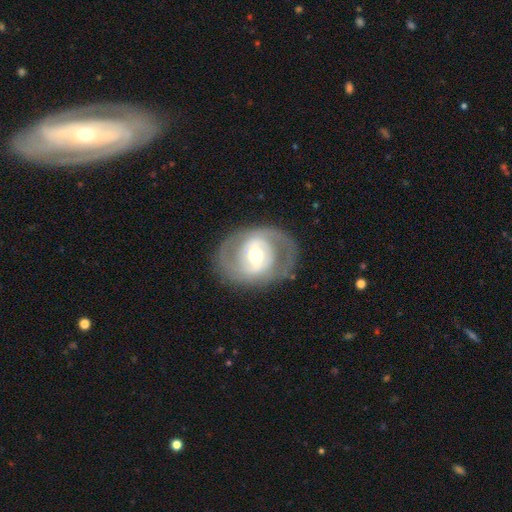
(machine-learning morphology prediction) A featured or disk galaxy (76%) with a weak bar (40%), spiral arms (67%) and a moderate central bulge (66%). Merging: none (78%).